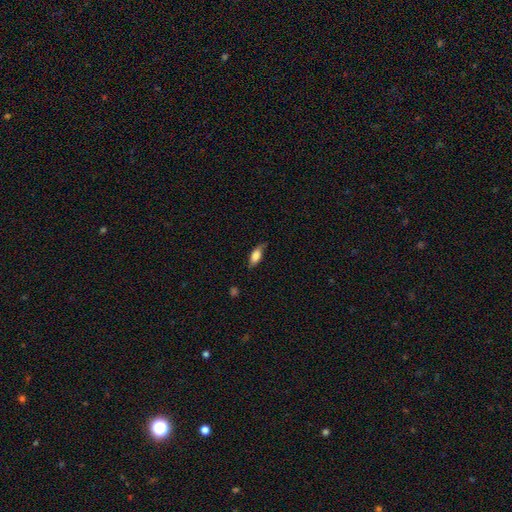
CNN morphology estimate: smooth 75%, featured or disk 18%, star or artifact 7%. Down the decision tree: how rounded — in between (78%); merging — none (64%).